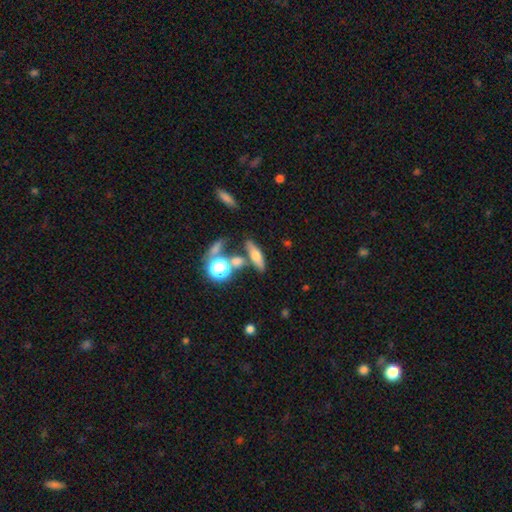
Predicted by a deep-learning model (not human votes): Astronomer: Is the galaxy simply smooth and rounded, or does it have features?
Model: smooth — 53% (runner-up: featured or disk, 33%).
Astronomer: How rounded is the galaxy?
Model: cigar-shaped — 46% (runner-up: in between, 39%).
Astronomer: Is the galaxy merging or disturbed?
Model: none — 67%.